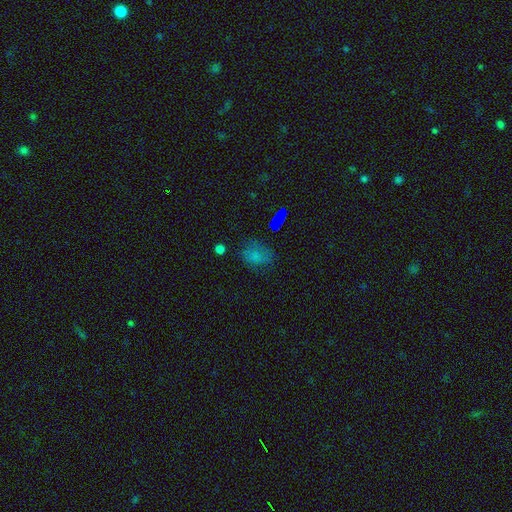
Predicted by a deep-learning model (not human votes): Smooth or featured? Predicted: smooth (p=0.67). How rounded? Predicted: in between (p=0.66). Merging? Predicted: none (p=0.60).